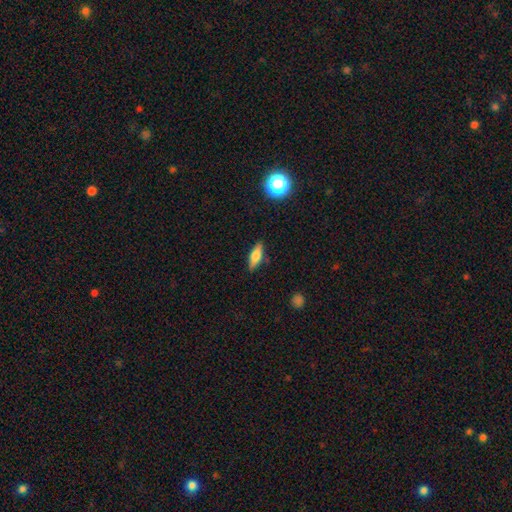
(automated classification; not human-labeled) smooth_or_featured: smooth (p=0.57) [alt: featured or disk p=0.35]
how_rounded: in between (p=0.52) [alt: cigar-shaped p=0.44]
merging: none (p=0.85) [alt: minor disturbance p=0.11]